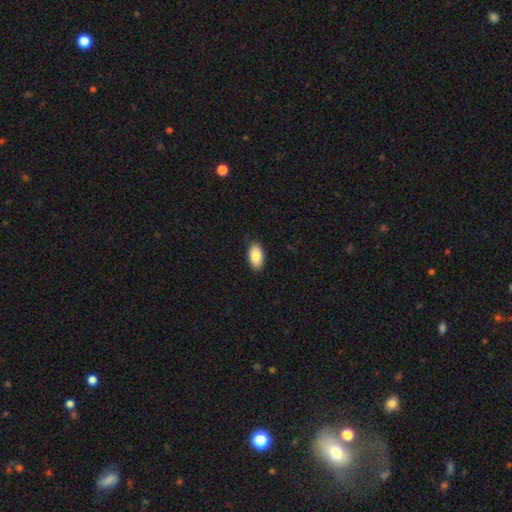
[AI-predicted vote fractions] Morphology: type=smooth (87%); roundness=in between (94%); merging=none (87%).